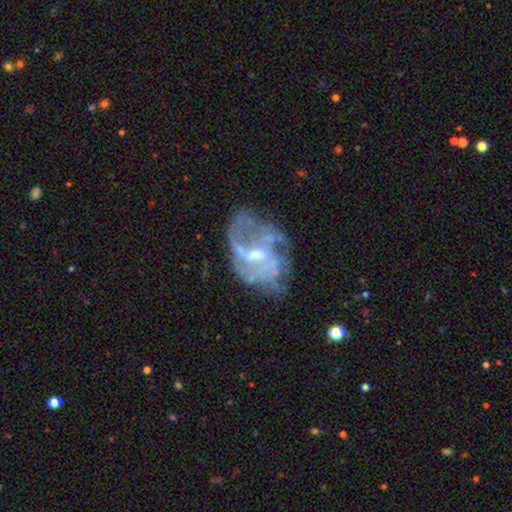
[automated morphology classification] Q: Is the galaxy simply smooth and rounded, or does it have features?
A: featured or disk — 77%.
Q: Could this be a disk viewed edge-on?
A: no — 97%.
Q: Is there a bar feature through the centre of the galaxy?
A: weak — 47%.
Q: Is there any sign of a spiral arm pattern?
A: yes — 59%.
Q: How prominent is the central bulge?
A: moderate — 49%.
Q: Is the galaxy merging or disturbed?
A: none — 41%.